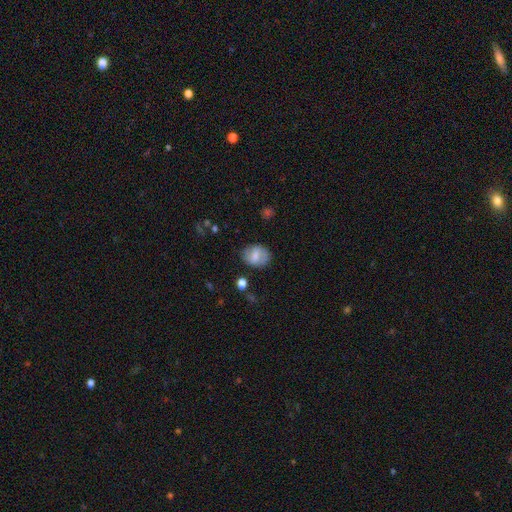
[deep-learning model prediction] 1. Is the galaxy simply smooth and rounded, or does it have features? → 62% smooth, 30% featured or disk, 8% star or artifact.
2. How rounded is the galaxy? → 57% in between, 41% round, 2% cigar-shaped.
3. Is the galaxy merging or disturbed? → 78% none, 15% minor disturbance, 5% major disturbance, 2% merger.